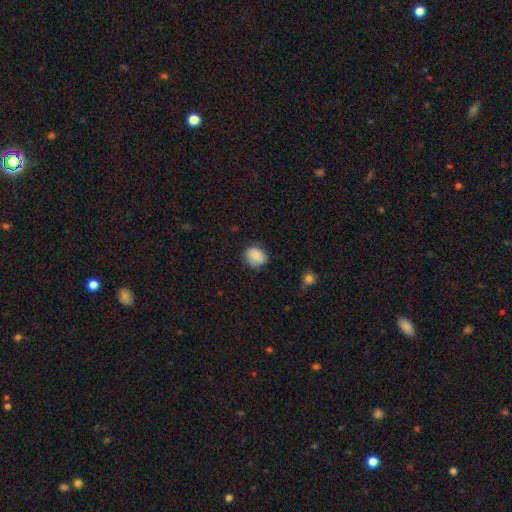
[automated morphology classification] This is clearly a smooth galaxy (86%). How rounded: likely round (68%). Merging: likely none (75%).